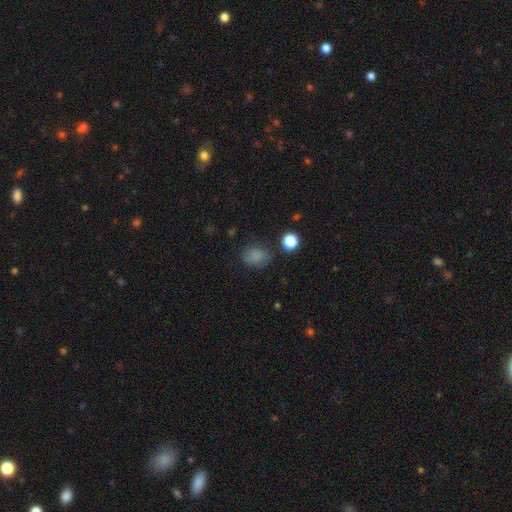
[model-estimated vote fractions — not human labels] Smooth or featured? smooth (81%)
How rounded? round (51%)
Merging? none (74%)